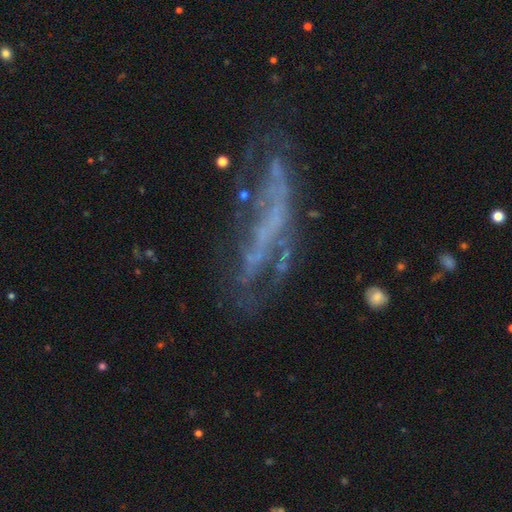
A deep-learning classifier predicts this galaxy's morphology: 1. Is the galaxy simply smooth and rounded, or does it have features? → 68% featured or disk, 18% smooth, 15% star or artifact.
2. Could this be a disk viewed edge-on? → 80% no, 20% yes.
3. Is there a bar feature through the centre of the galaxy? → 62% no, 21% weak, 17% strong.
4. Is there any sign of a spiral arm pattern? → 55% no, 45% yes.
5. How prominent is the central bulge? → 70% none, 20% small, 7% moderate, 2% large, 1% dominant.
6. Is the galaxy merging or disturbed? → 46% none, 28% major disturbance, 19% minor disturbance, 6% merger.